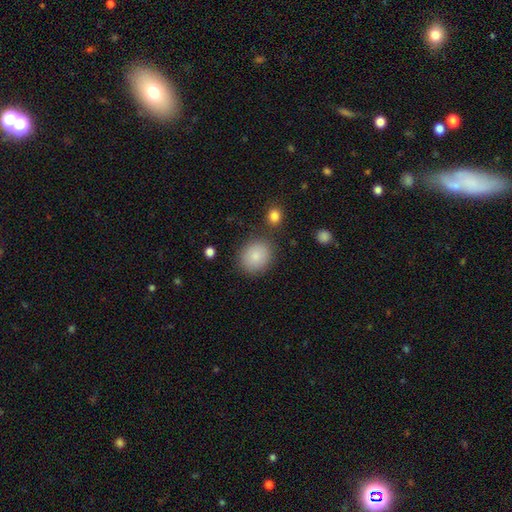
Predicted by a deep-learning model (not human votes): Smooth or featured? smooth (86%)
How rounded? round (67%)
Merging? none (81%)